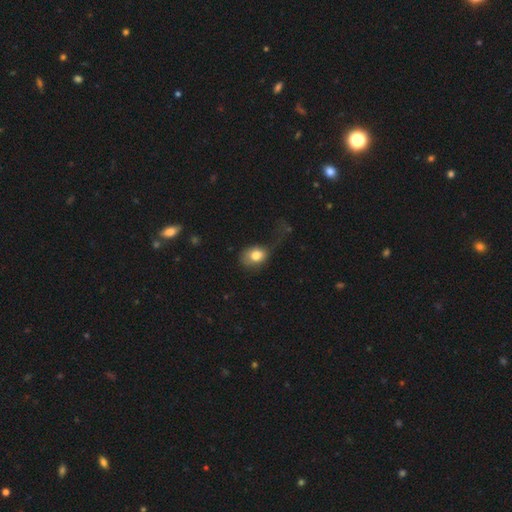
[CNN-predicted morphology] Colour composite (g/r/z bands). It shows a smooth galaxy with no disk features (78%) that is in between round and cigar-shaped (56%). Merging: major disturbance (37%).